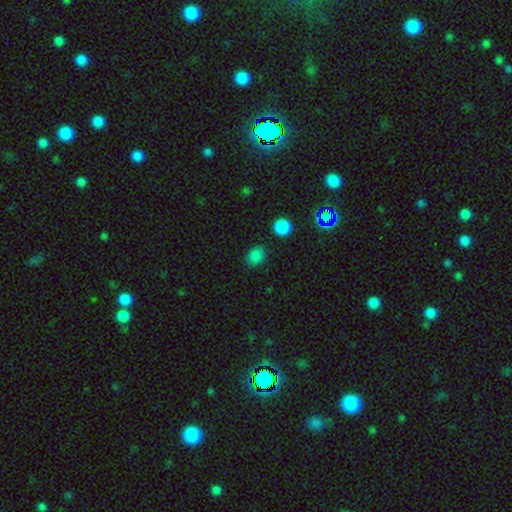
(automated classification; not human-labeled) Q: Smooth or featured?
A: smooth (82%); runner-up: star or artifact (14%)
Q: How rounded?
A: in between (54%); runner-up: round (45%)
Q: Merging?
A: none (82%); runner-up: minor disturbance (12%)